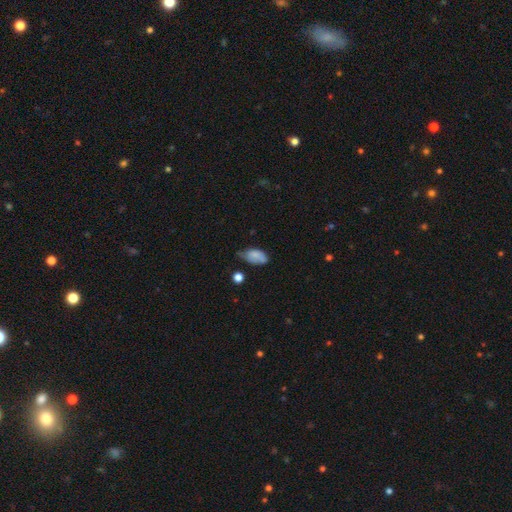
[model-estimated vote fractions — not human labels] This appears to be a smooth galaxy with no disk features (76%) that is in between round and cigar-shaped (92%). Merging: minor disturbance (43%).